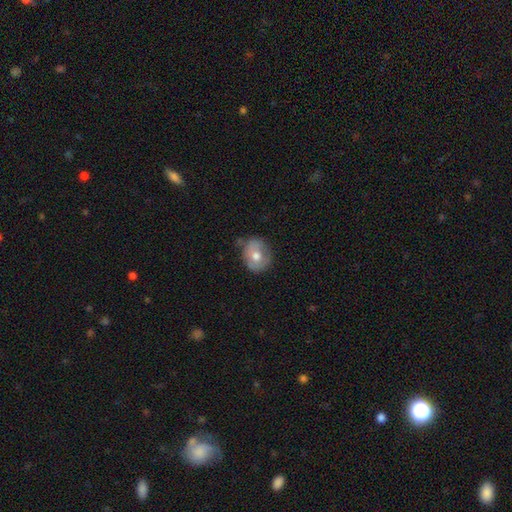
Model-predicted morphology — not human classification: Smooth or featured: smooth — 63% (featured or disk — 30%)
How rounded: round — 64% (in between — 35%)
Merging: none — 63% (minor disturbance — 27%)